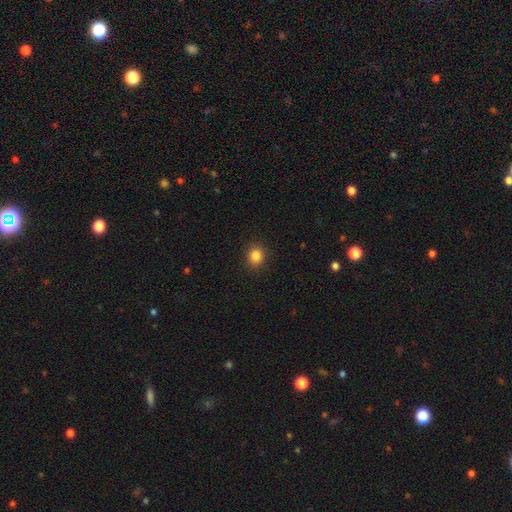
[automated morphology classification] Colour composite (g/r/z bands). It shows a smooth galaxy with no disk features (85%) that is round (81%). Merging: none (91%).